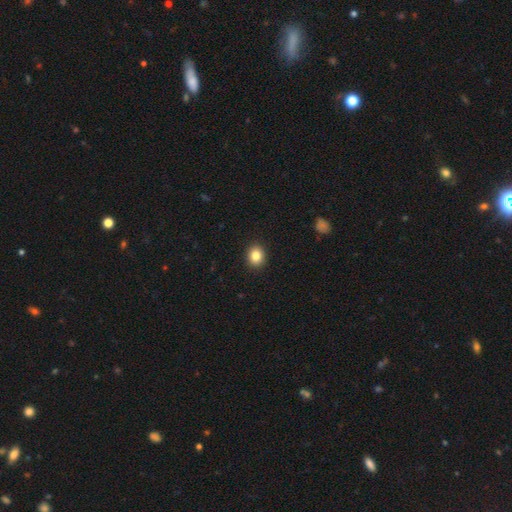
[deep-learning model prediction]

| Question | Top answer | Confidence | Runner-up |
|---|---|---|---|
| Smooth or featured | smooth | 84% | star or artifact (10%) |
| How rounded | round | 65% | in between (34%) |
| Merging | none | 92% | minor disturbance (6%) |